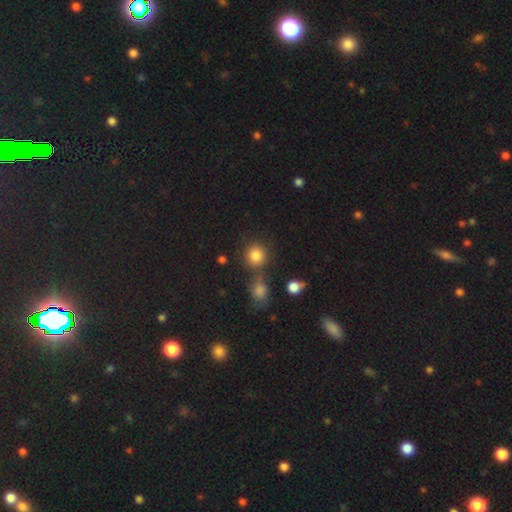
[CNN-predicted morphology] This is clearly a smooth galaxy (82%). How rounded: clearly round (88%). Merging: likely none (71%).